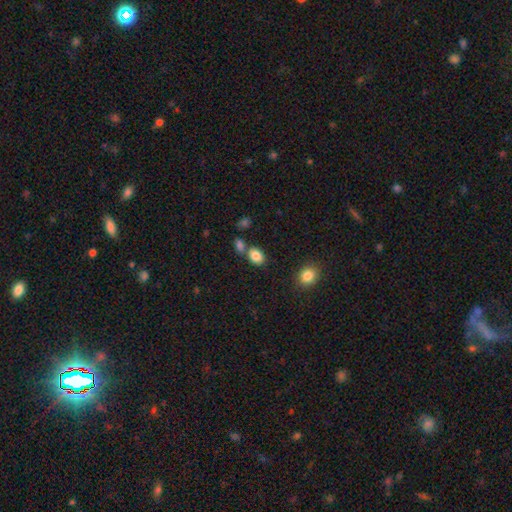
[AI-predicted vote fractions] This appears to be a smooth galaxy with no disk features (85%) that is in between round and cigar-shaped (69%). Merging: none (65%).